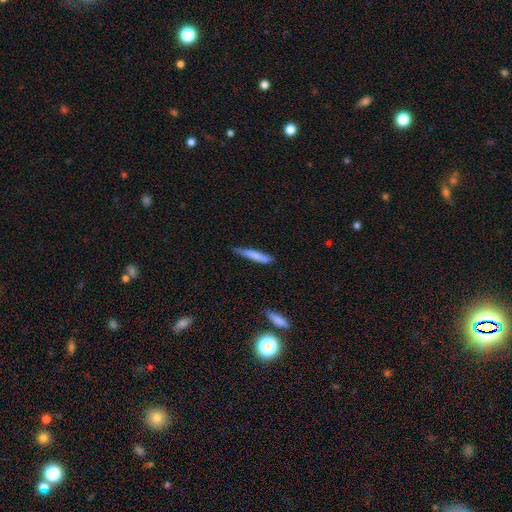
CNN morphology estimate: smooth_or_featured: smooth (p=0.74) [alt: featured or disk p=0.20]
how_rounded: cigar-shaped (p=0.91) [alt: in between p=0.08]
merging: none (p=0.63) [alt: minor disturbance p=0.28]